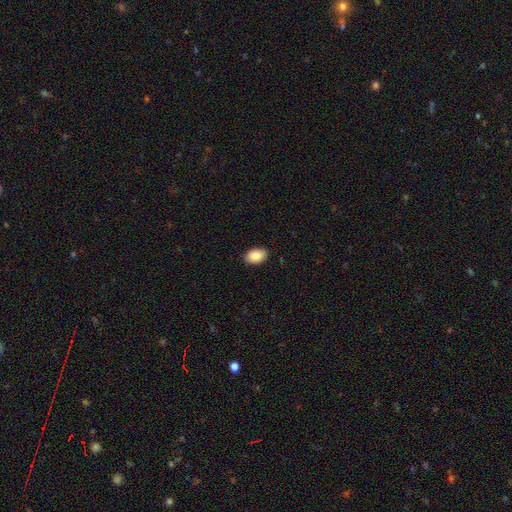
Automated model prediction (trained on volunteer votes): Smooth or featured?
  - smooth: 88% *
  - star or artifact: 7%
  - featured or disk: 5%
How rounded?
  - in between: 89% *
  - round: 10%
  - cigar-shaped: 1%
Merging?
  - none: 89% *
  - minor disturbance: 8%
  - major disturbance: 2%
  - merger: 1%